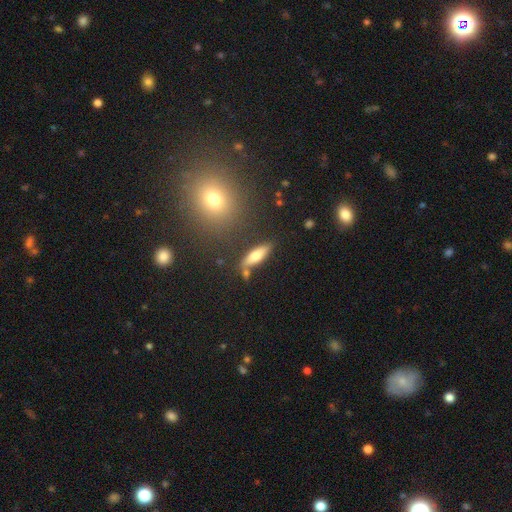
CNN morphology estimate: Smooth or featured?
  - smooth: 69% *
  - featured or disk: 24%
  - star or artifact: 7%
How rounded?
  - cigar-shaped: 50% *
  - in between: 47%
  - round: 3%
Merging?
  - none: 71% *
  - minor disturbance: 14%
  - merger: 10%
  - major disturbance: 4%